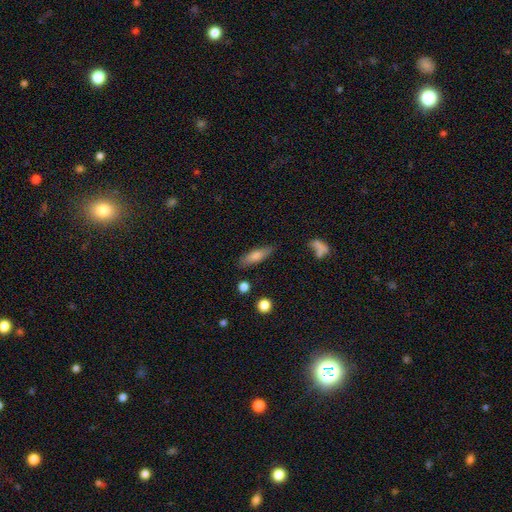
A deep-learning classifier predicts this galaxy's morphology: This is likely a smooth galaxy (64%). How rounded: possibly cigar-shaped (58%). Merging: clearly none (81%).